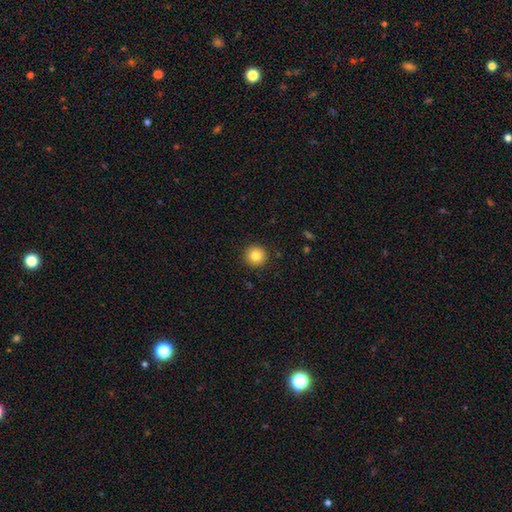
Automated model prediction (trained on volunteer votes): Q: Smooth or featured?
A: smooth (83%); runner-up: star or artifact (10%)
Q: How rounded?
A: round (95%); runner-up: in between (4%)
Q: Merging?
A: none (92%); runner-up: minor disturbance (5%)